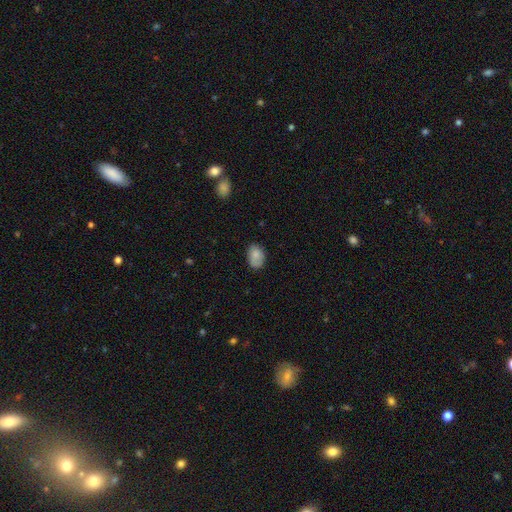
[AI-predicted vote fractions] Smooth or featured: smooth — 81% (featured or disk — 11%)
How rounded: in between — 83% (round — 16%)
Merging: none — 71% (minor disturbance — 22%)